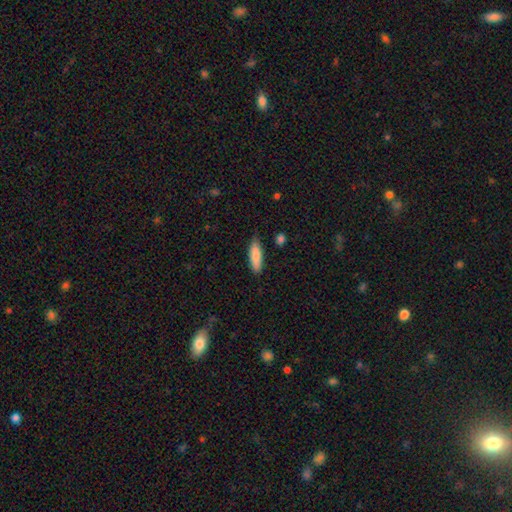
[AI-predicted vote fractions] smooth 84%, featured or disk 10%, star or artifact 6%. Down the decision tree: how rounded — in between (50%); merging — none (81%).